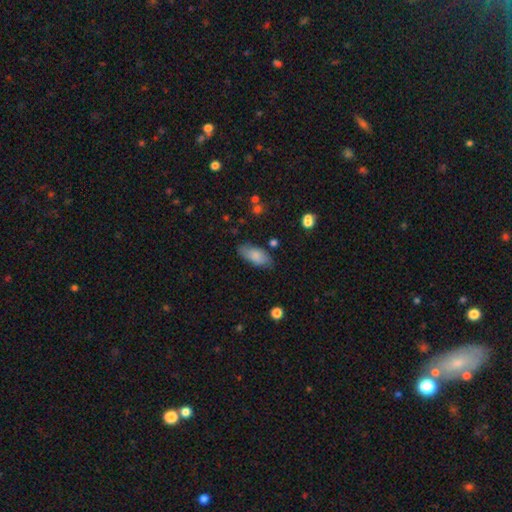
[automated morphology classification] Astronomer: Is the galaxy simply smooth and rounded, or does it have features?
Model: smooth — 81%.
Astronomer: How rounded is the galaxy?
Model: in between — 86%.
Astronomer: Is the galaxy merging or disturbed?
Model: none — 77%.